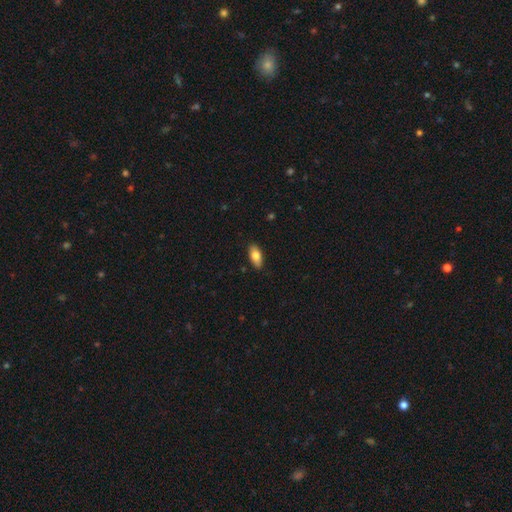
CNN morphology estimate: Smooth or featured? Predicted: smooth (p=0.77). How rounded? Predicted: in between (p=0.88). Merging? Predicted: none (p=0.88).